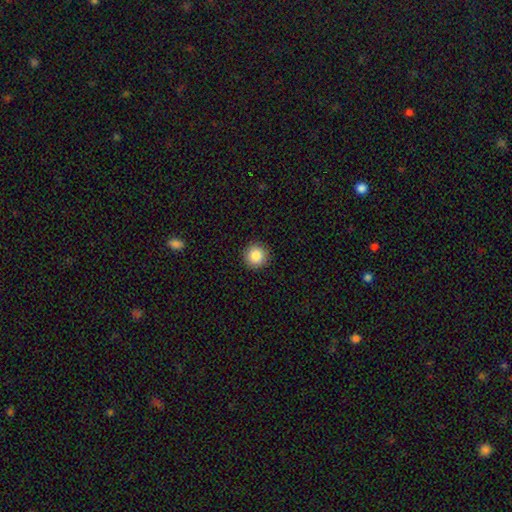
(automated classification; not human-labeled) This appears to be a smooth galaxy with no disk features (86%) that is round (96%). Merging: none (92%).